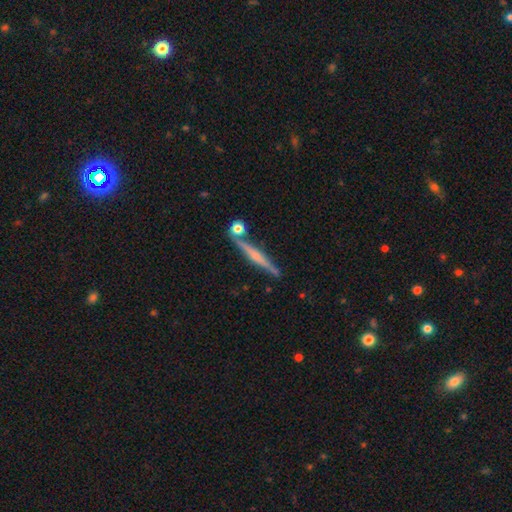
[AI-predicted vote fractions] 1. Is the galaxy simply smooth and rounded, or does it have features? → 68% featured or disk, 25% smooth, 7% star or artifact.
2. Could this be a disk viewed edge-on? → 97% yes, 3% no.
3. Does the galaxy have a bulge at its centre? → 63% rounded, 23% none, 14% boxy.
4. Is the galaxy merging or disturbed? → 80% none, 10% minor disturbance, 8% merger, 2% major disturbance.